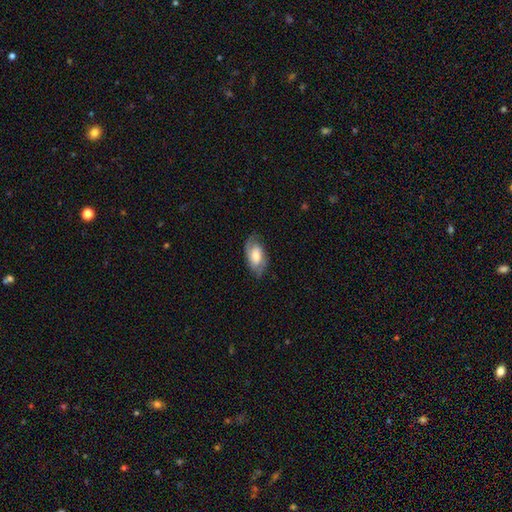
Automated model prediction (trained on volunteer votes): smooth_or_featured: featured or disk (p=0.54) [alt: smooth p=0.39]
disk_edge_on: no (p=0.93) [alt: yes p=0.07]
bar: no (p=0.50) [alt: weak p=0.39]
has_spiral_arms: yes (p=0.85) [alt: no p=0.15]
bulge_size: moderate (p=0.43) [alt: large p=0.29]
merging: none (p=0.73) [alt: minor disturbance p=0.19]